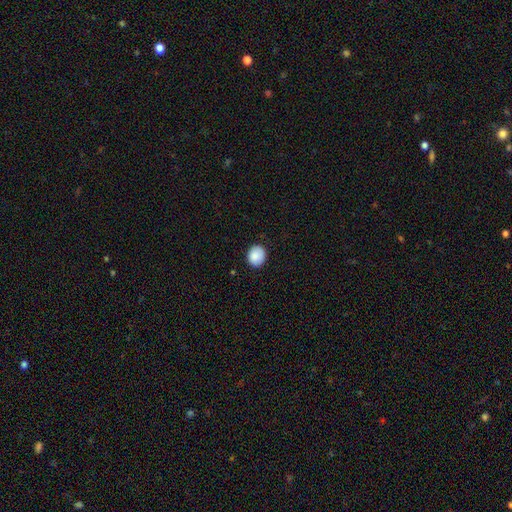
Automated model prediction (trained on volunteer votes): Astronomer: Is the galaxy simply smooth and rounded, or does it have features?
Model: smooth — 88%.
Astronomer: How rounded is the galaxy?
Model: round — 73%.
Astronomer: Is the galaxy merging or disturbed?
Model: none — 87%.